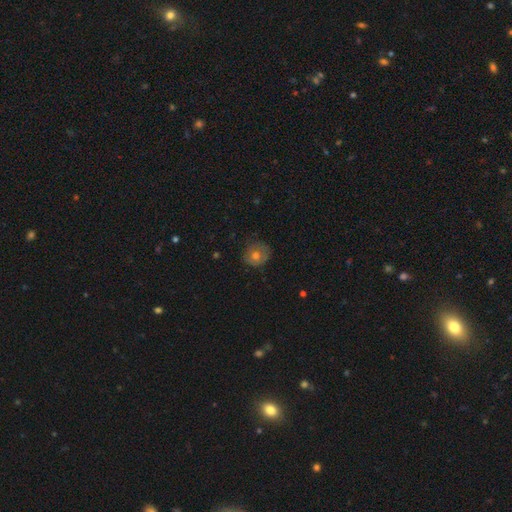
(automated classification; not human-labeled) Smooth or featured? Predicted: smooth (p=0.62). How rounded? Predicted: round (p=0.86). Merging? Predicted: none (p=0.73).